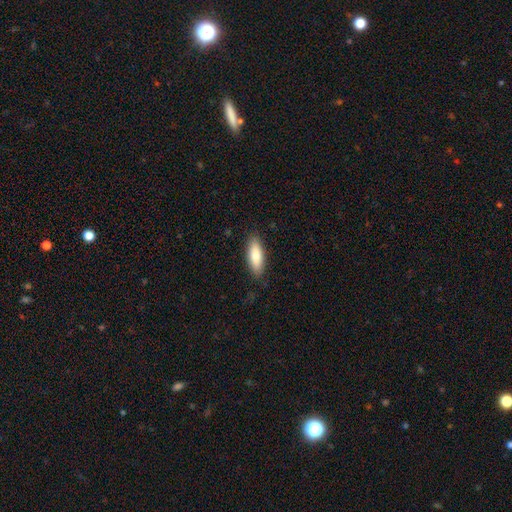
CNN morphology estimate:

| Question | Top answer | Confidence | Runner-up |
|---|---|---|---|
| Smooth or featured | smooth | 80% | featured or disk (14%) |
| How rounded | in between | 64% | cigar-shaped (34%) |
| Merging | none | 86% | minor disturbance (10%) |